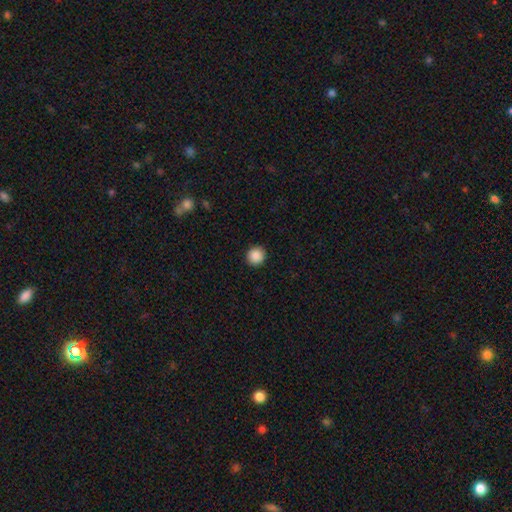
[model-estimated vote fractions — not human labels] A smooth galaxy with no disk features (89%) that is round (94%).

Vote fractions:
- Smooth or featured? smooth: 89% / star or artifact: 9% / featured or disk: 3%
- How rounded? round: 94% / in between: 5% / cigar-shaped: 1%
- Merging? none: 92% / minor disturbance: 5% / major disturbance: 2% / merger: 1%